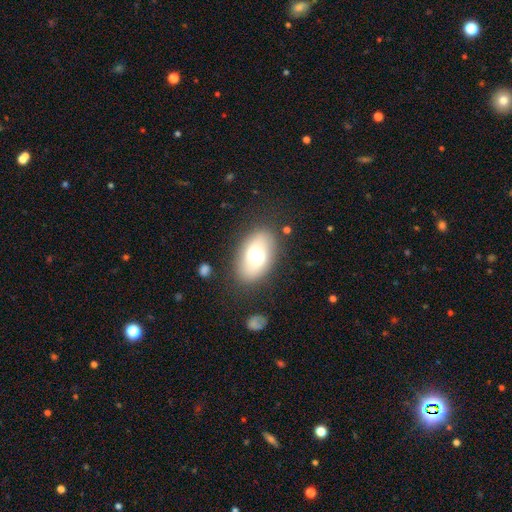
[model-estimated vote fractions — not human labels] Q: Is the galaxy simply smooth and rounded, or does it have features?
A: smooth — 60%.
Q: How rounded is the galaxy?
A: in between — 89%.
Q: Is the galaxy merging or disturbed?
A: none — 81%.